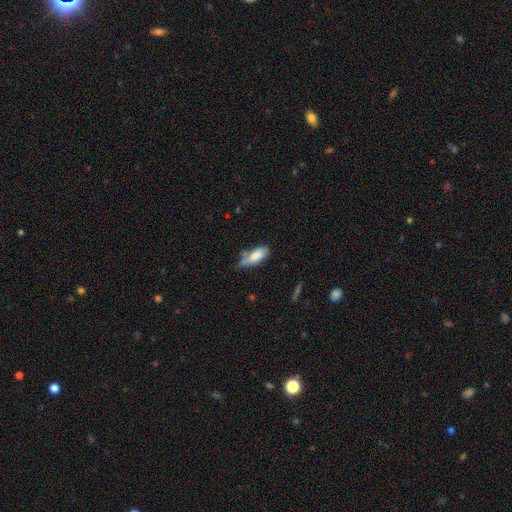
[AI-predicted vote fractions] Overall: smooth (80%). How rounded: in between (77%). Merging: none (44%; minor disturbance 34%).